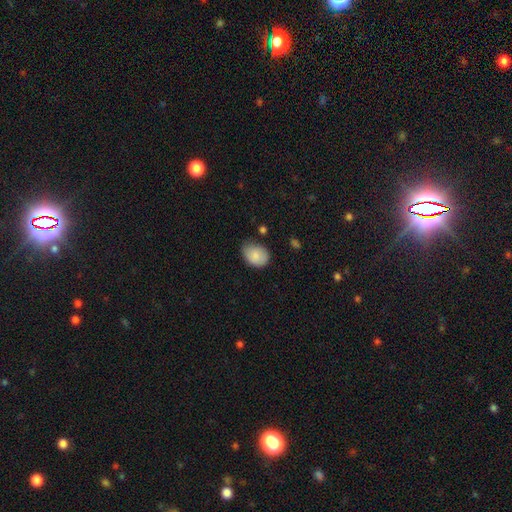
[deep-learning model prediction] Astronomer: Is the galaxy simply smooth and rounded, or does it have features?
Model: smooth — 86%.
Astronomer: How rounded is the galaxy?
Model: in between — 68%.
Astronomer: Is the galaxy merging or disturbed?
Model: none — 60%.